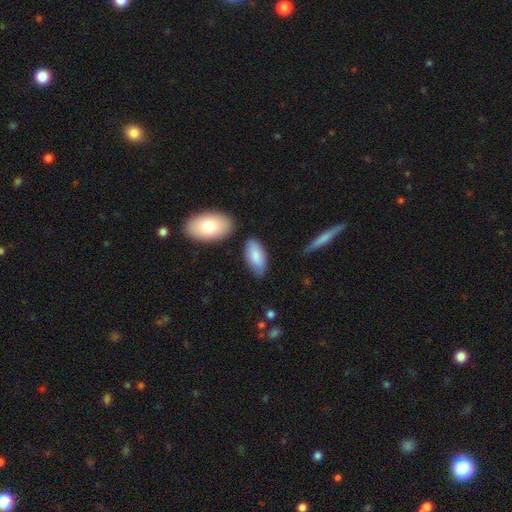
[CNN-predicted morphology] A smooth galaxy with no disk features (83%) that is in between round and cigar-shaped (90%).

Vote fractions:
- Smooth or featured? smooth: 83% / featured or disk: 11% / star or artifact: 6%
- How rounded? in between: 90% / cigar-shaped: 8% / round: 2%
- Merging? none: 73% / minor disturbance: 18% / merger: 6% / major disturbance: 4%